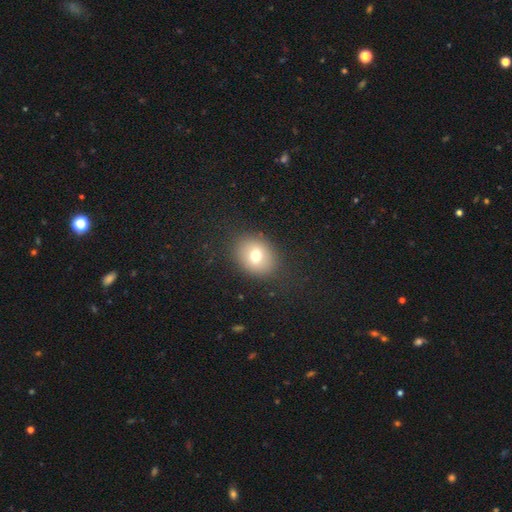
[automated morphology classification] Smooth or featured? smooth (72%)
How rounded? round (56%)
Merging? none (85%)